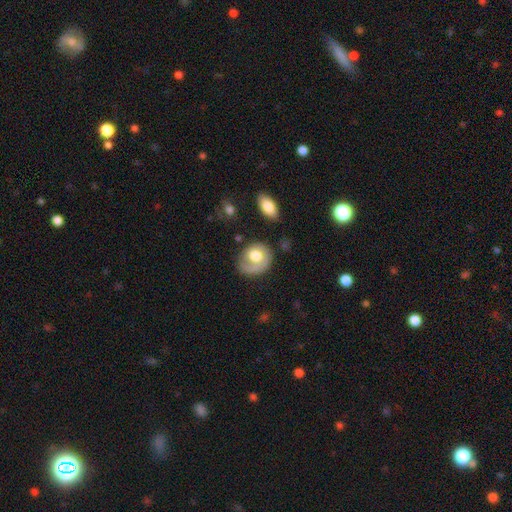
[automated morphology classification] Smooth or featured: smooth — 53% (featured or disk — 41%)
How rounded: round — 61% (in between — 38%)
Merging: none — 51% (minor disturbance — 24%)